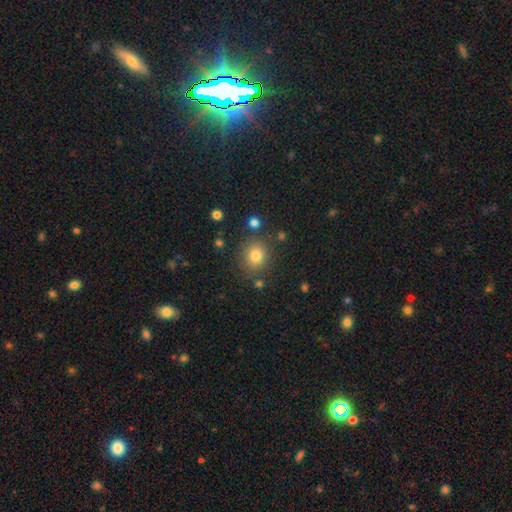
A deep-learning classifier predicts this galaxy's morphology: This appears to be a smooth galaxy with no disk features (80%) that is round (79%). Merging: none (82%).